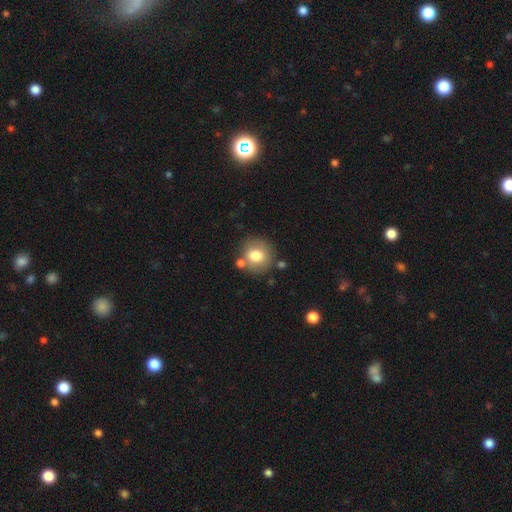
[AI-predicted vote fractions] A smooth galaxy with no disk features (74%) that is round (85%).

Vote fractions:
- Smooth or featured? smooth: 74% / featured or disk: 17% / star or artifact: 9%
- How rounded? round: 85% / in between: 14% / cigar-shaped: 1%
- Merging? none: 72% / minor disturbance: 13% / merger: 11% / major disturbance: 4%